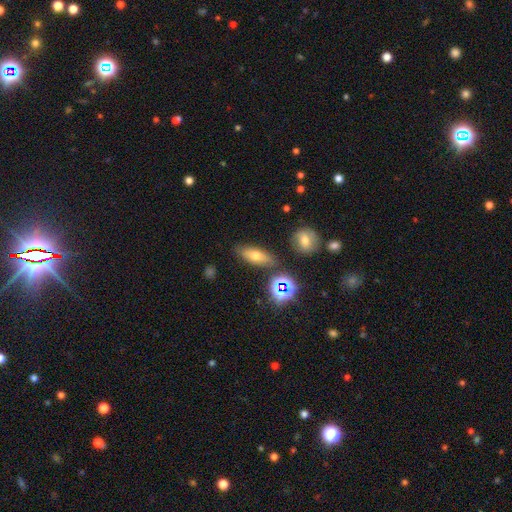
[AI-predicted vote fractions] The model was most divided on "how rounded": in between: 62%, cigar-shaped: 30%, round: 8%. More confident: merging — none (80%); smooth or featured — smooth (61%).